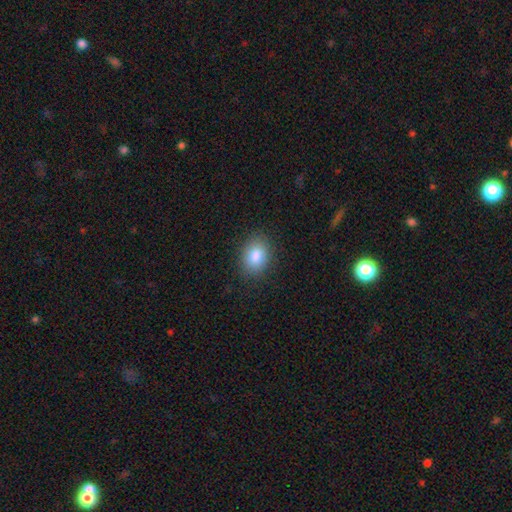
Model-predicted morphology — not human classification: smooth-or-featured: smooth: 84% | star or artifact: 9% | featured or disk: 7%
  how-rounded: in between: 67% | round: 32% | cigar-shaped: 1%
  merging: none: 86% | minor disturbance: 10% | major disturbance: 3% | merger: 1%